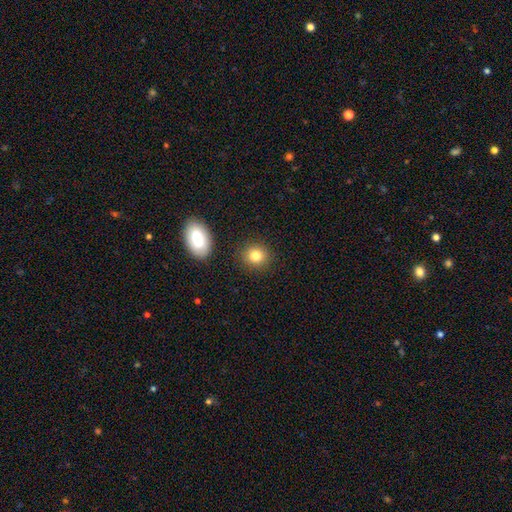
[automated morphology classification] Q: Smooth or featured?
A: smooth (81%); runner-up: star or artifact (11%)
Q: How rounded?
A: round (79%); runner-up: in between (20%)
Q: Merging?
A: none (86%); runner-up: minor disturbance (8%)